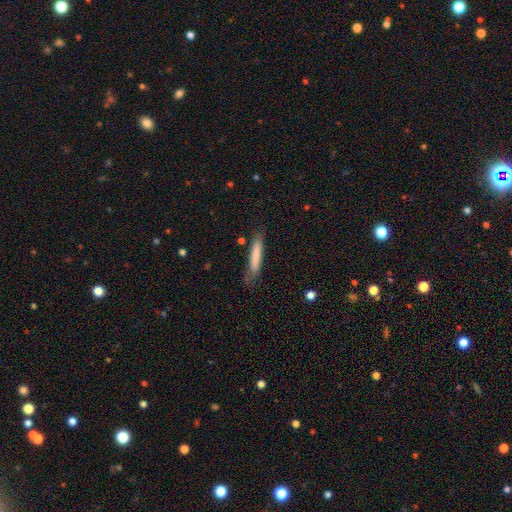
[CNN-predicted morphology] This appears to be a smooth galaxy with no disk features (77%) that is cigar-shaped (91%). Merging: none (76%).